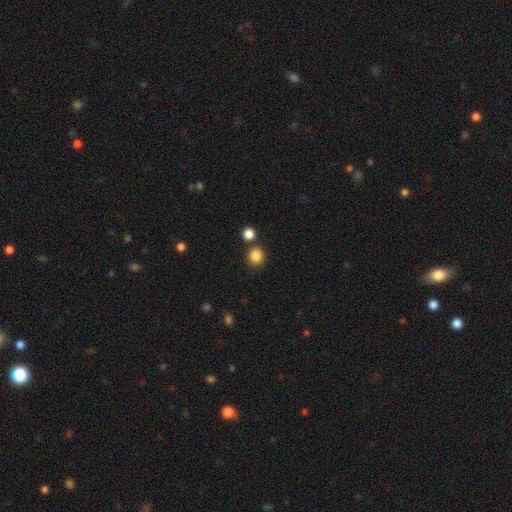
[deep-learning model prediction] smooth-or-featured: smooth: 86% | star or artifact: 11% | featured or disk: 4%
  how-rounded: round: 83% | in between: 16% | cigar-shaped: 1%
  merging: none: 80% | merger: 9% | minor disturbance: 8% | major disturbance: 3%